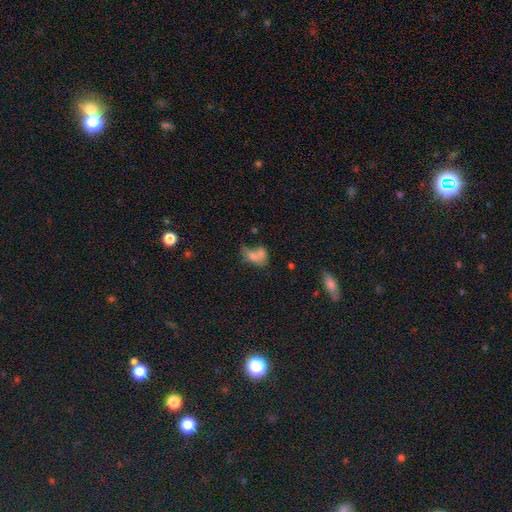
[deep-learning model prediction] smooth-or-featured: smooth: 63% | featured or disk: 22% | star or artifact: 15%
  how-rounded: in between: 79% | round: 18% | cigar-shaped: 3%
  merging: merger: 47% | none: 21% | major disturbance: 18% | minor disturbance: 14%